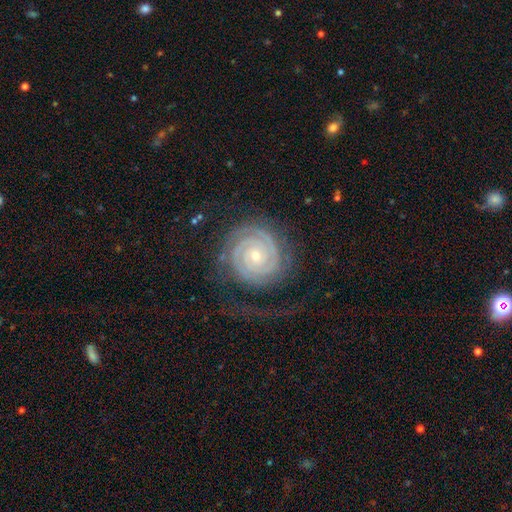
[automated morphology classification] The model was most divided on "spiral arm count": 2: 63%, 3: 13%, can't tell: 10%, 4: 5%, 1: 4%, more than 4: 4%. More confident: spiral arms — yes (99%); edge-on disk — no (98%); smooth or featured — featured or disk (91%); spiral winding — tight (89%); bulge size — small (74%); bar — no (74%); merging — none (69%).